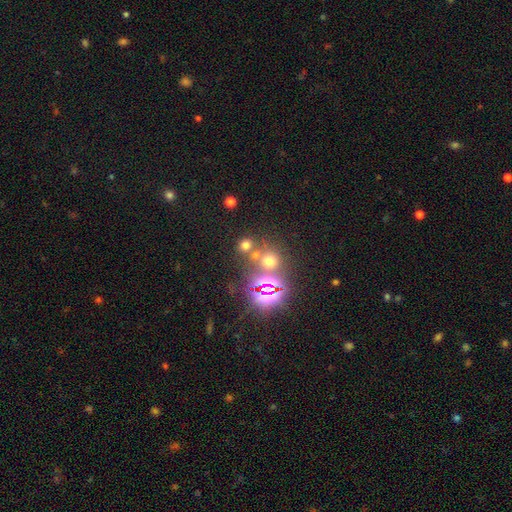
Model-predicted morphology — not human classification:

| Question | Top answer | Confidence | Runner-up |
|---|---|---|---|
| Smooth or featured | star or artifact | 60% | smooth (30%) |